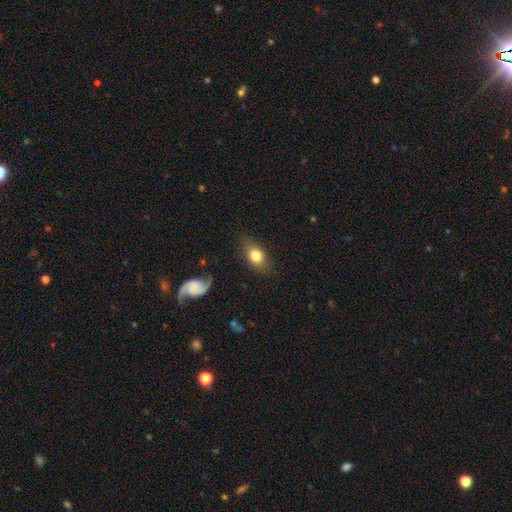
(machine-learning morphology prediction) Q: Smooth or featured?
A: smooth (76%); runner-up: featured or disk (16%)
Q: How rounded?
A: in between (74%); runner-up: round (23%)
Q: Merging?
A: none (74%); runner-up: minor disturbance (18%)